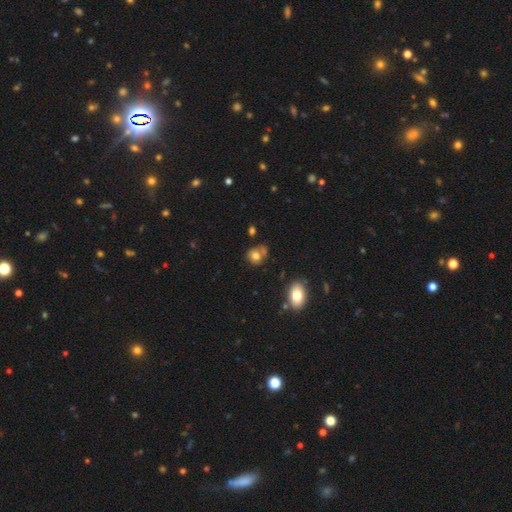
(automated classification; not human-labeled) A smooth galaxy with no disk features (73%) that is round (60%).

Vote fractions:
- Smooth or featured? smooth: 73% / featured or disk: 16% / star or artifact: 11%
- How rounded? round: 60% / in between: 39% / cigar-shaped: 1%
- Merging? none: 46% / minor disturbance: 22% / merger: 20% / major disturbance: 11%